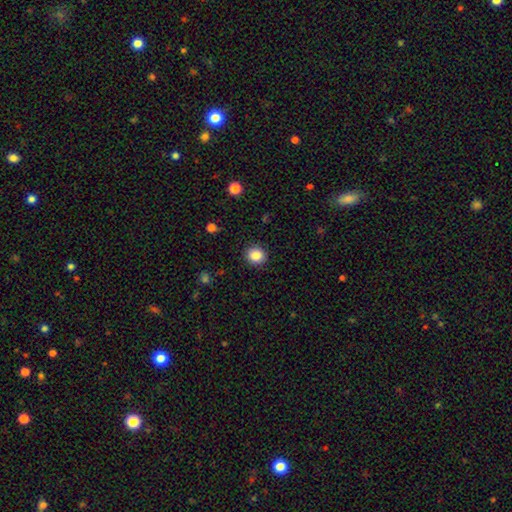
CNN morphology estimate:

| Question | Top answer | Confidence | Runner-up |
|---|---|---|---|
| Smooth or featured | smooth | 85% | star or artifact (10%) |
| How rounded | round | 86% | in between (14%) |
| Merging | none | 91% | minor disturbance (6%) |